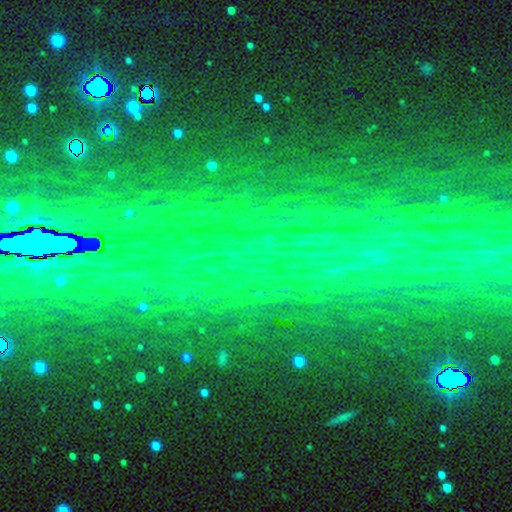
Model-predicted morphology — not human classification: Overall: star or artifact (85%).